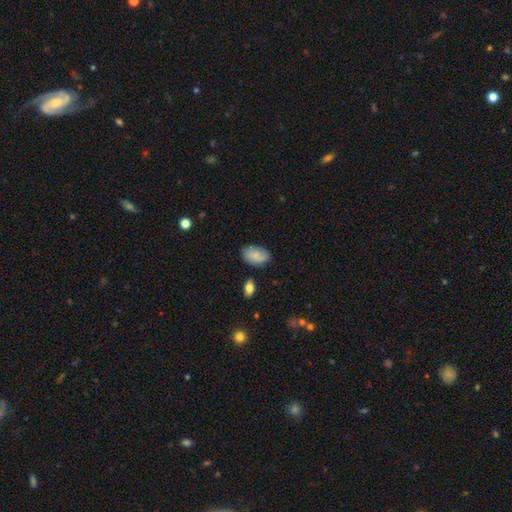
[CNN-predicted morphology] The model was most divided on "merging": none: 71%, minor disturbance: 22%, major disturbance: 4%, merger: 3%. More confident: how rounded — in between (90%); smooth or featured — smooth (75%).